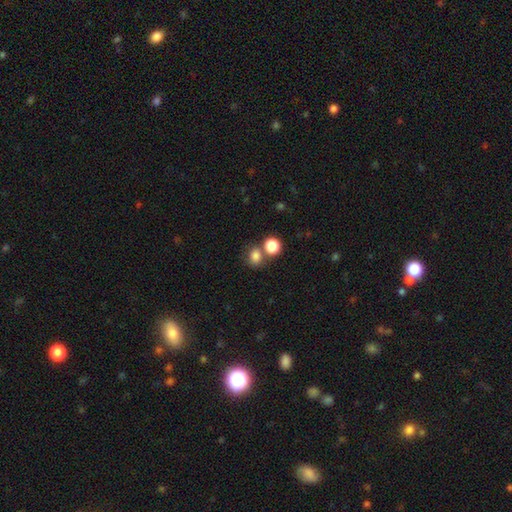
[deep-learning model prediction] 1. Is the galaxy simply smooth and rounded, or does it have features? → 81% smooth, 13% star or artifact, 7% featured or disk.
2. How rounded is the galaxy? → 62% round, 37% in between, 1% cigar-shaped.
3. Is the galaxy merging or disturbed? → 55% none, 31% merger, 10% minor disturbance, 4% major disturbance.